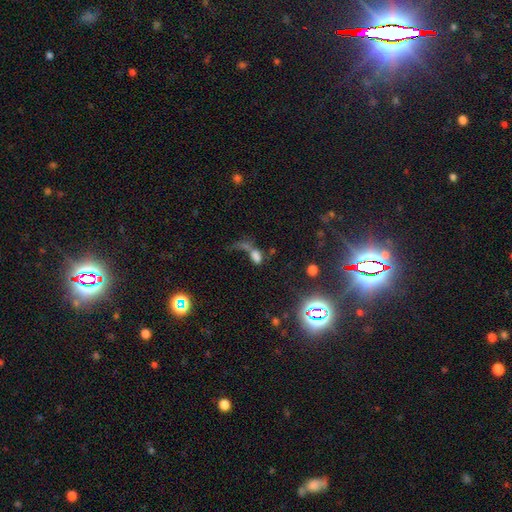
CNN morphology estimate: A smooth galaxy with no disk features (59%) that is in between round and cigar-shaped (78%). Merging: merger (41%).